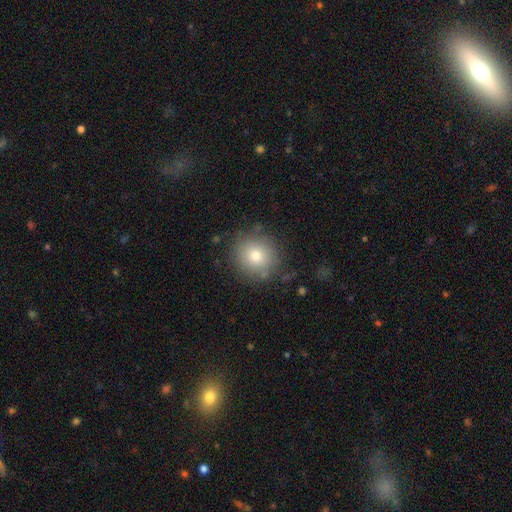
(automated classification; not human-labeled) smooth 76%, star or artifact 12%, featured or disk 12%. Down the decision tree: how rounded — round (89%); merging — none (84%).